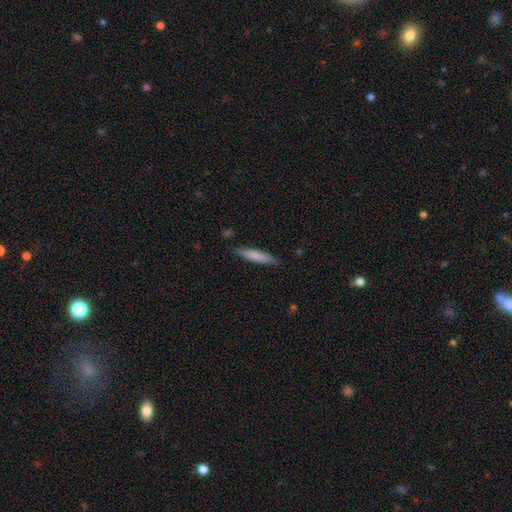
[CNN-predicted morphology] A smooth galaxy with no disk features (77%) that is cigar-shaped (87%). Merging: none (86%).